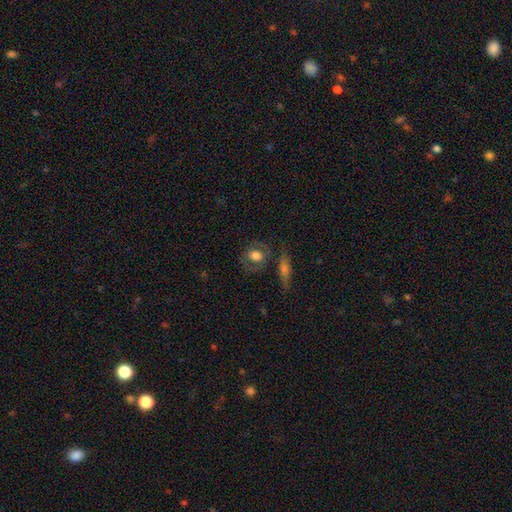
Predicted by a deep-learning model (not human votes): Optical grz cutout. It shows a smooth galaxy with no disk features (64%) that is round (49%). Merging: none (71%).